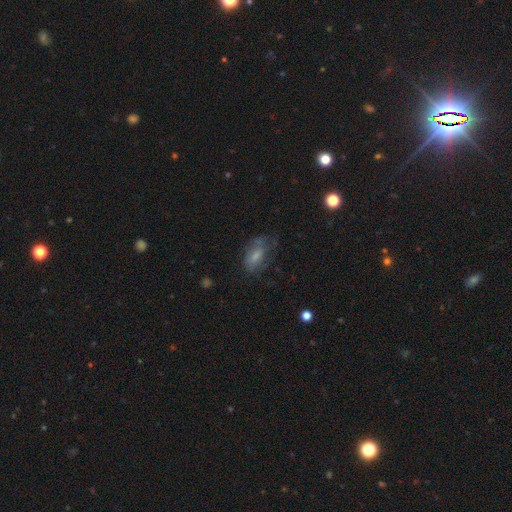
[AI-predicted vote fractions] A smooth galaxy with no disk features (58%) that is in between round and cigar-shaped (85%). Merging: none (54%).